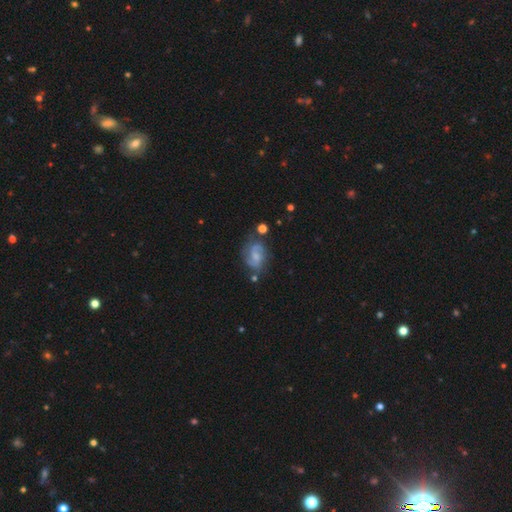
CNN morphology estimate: This appears to be a featured or disk galaxy (73%) with no bar (47%), 2 (80%) medium (50%) spiral arms (93%) and a small central bulge (44%). Merging: none (62%).